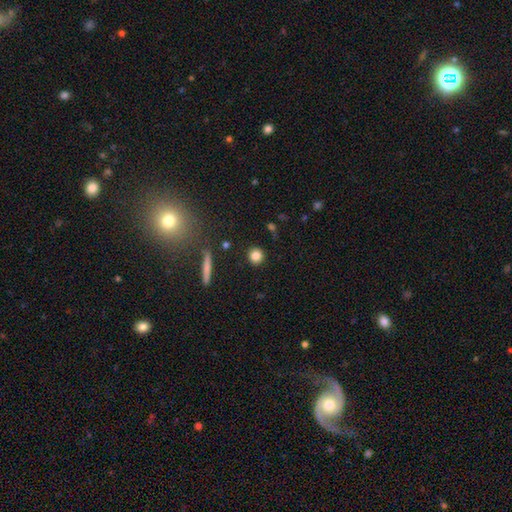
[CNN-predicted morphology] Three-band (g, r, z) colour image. It shows a smooth galaxy with no disk features (83%) that is round (90%). Merging: none (89%).